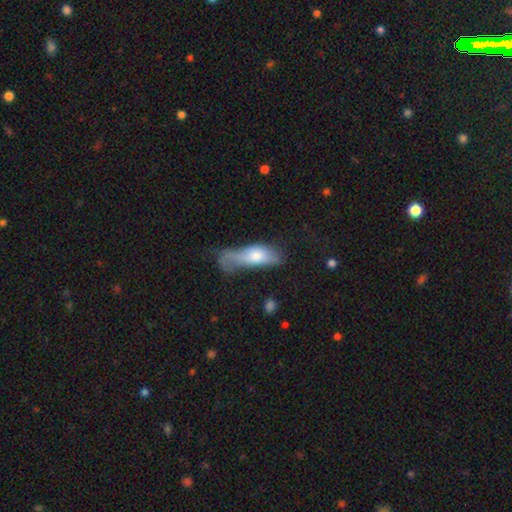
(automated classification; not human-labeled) A smooth galaxy with no disk features (65%) that is in between round and cigar-shaped (59%). Merging: major disturbance (42%).